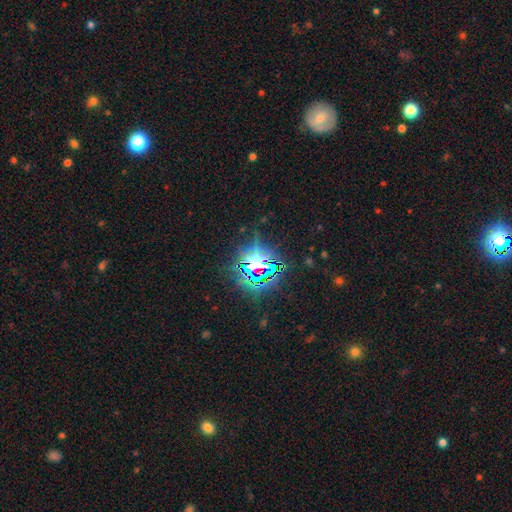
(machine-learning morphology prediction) type=star or artifact (82%).